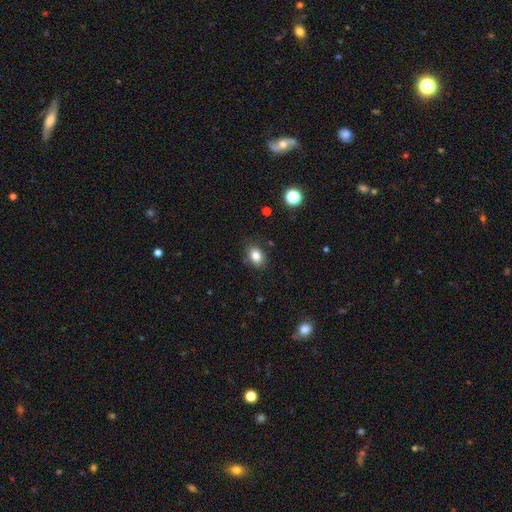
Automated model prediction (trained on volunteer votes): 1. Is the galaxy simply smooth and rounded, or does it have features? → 84% smooth, 10% star or artifact, 6% featured or disk.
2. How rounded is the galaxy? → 73% in between, 26% round, 1% cigar-shaped.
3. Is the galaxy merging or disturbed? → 82% none, 13% minor disturbance, 3% major disturbance, 2% merger.